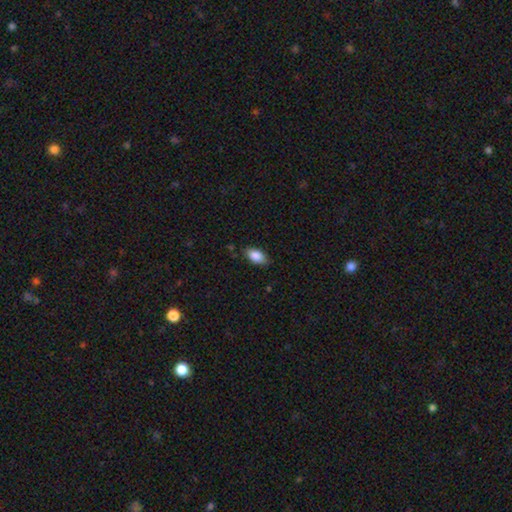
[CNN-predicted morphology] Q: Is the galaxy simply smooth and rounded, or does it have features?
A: smooth — 87%.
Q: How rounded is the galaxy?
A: in between — 91%.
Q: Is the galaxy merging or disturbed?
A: none — 80%.